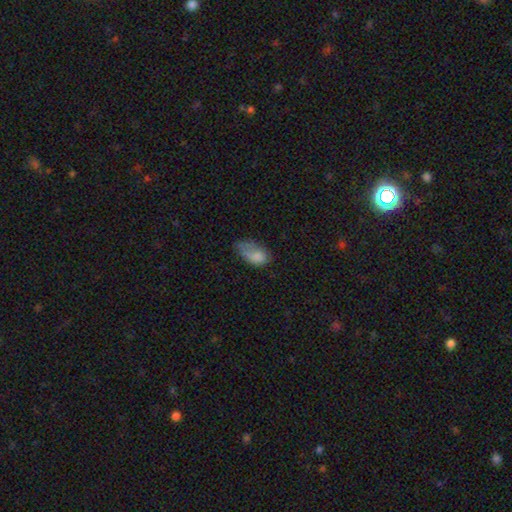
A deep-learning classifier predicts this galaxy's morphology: Smooth or featured? smooth (77%)
How rounded? in between (91%)
Merging? minor disturbance (37%)